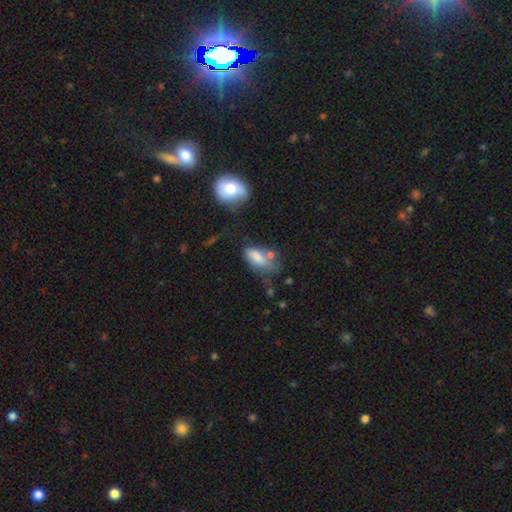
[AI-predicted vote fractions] Overall: smooth (74%). How rounded: in between (86%). Merging: none (36%; minor disturbance 28%).